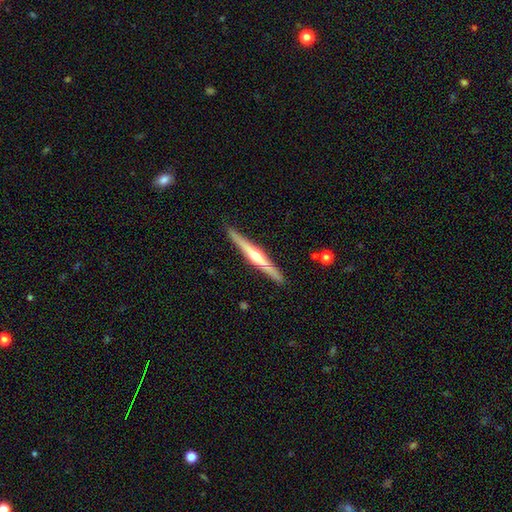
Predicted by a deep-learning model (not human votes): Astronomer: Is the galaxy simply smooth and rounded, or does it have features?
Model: featured or disk — 73%.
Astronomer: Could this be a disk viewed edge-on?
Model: yes — 97%.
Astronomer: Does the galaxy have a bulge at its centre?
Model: rounded — 88%.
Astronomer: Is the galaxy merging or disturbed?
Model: none — 88%.